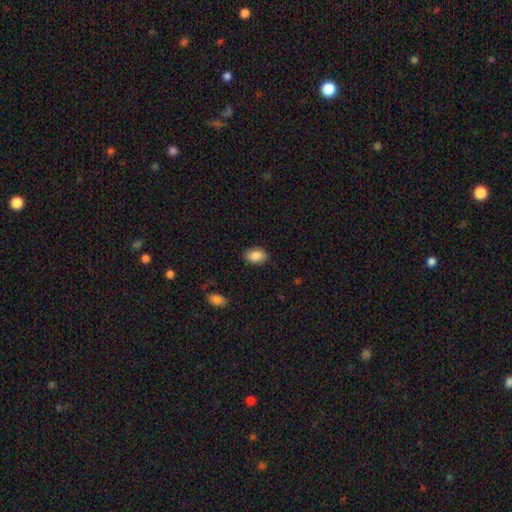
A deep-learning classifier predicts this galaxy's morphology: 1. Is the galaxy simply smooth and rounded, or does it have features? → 87% smooth, 8% star or artifact, 5% featured or disk.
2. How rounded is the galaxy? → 82% in between, 16% round, 1% cigar-shaped.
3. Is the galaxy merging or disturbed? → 87% none, 10% minor disturbance, 2% major disturbance, 1% merger.